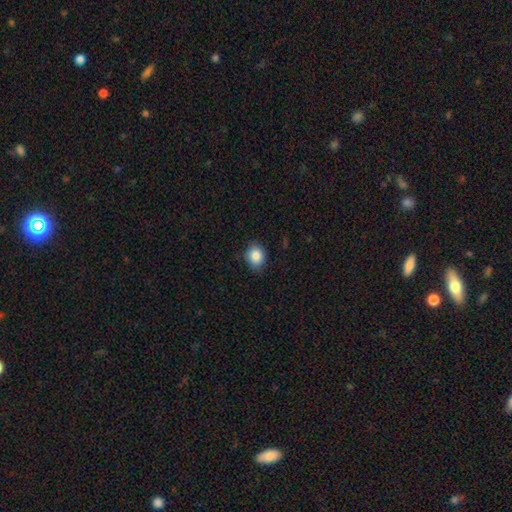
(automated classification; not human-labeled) This appears to be a smooth galaxy with no disk features (86%) that is round (55%). Merging: none (82%).